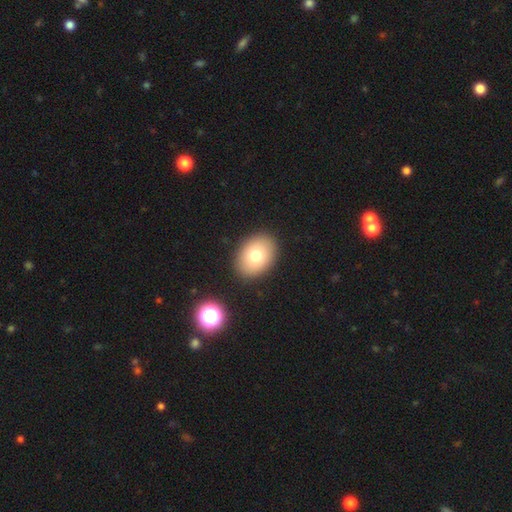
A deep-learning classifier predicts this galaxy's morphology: Smooth or featured: smooth — 77% (featured or disk — 13%)
How rounded: in between — 73% (round — 26%)
Merging: none — 89% (minor disturbance — 7%)